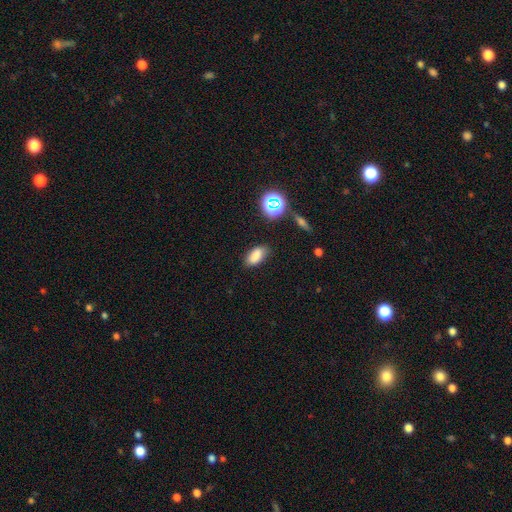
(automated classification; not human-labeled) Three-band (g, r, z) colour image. It shows a smooth galaxy with no disk features (81%) that is in between round and cigar-shaped (89%). Merging: none (80%).